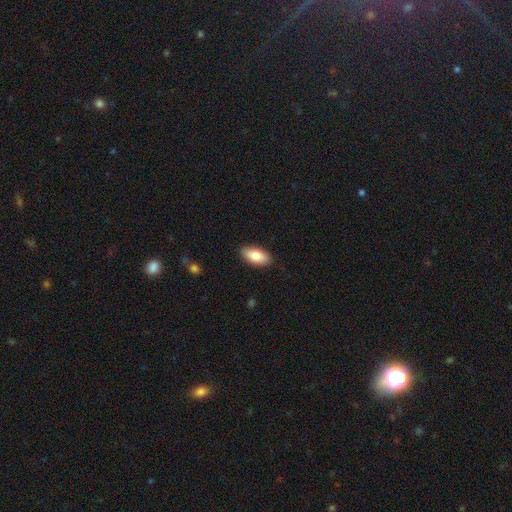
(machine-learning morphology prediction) The model was most divided on "smooth or featured": smooth: 83%, featured or disk: 10%, star or artifact: 6%. More confident: how rounded — in between (90%); merging — none (88%).